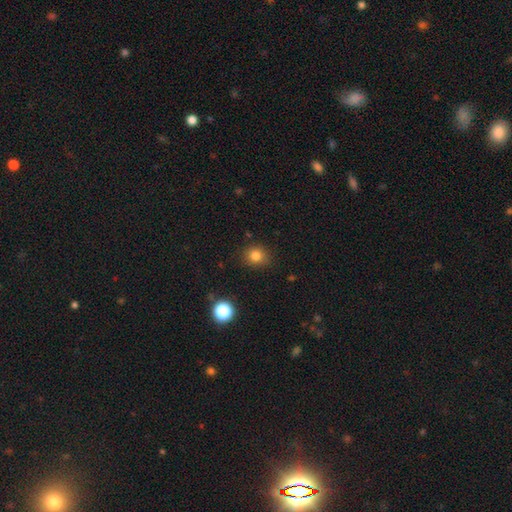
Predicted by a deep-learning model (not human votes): This is clearly a smooth galaxy (80%). How rounded: clearly round (80%). Merging: clearly none (86%).